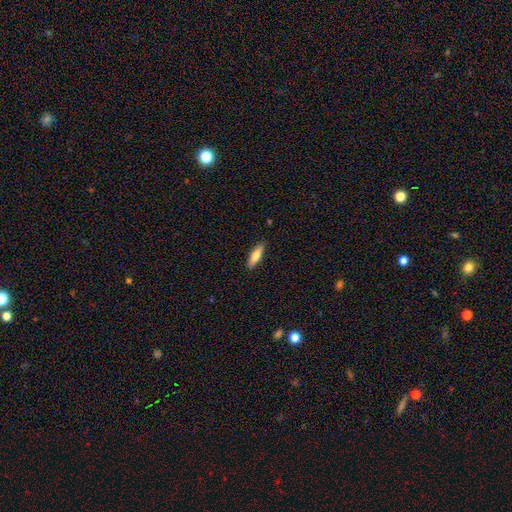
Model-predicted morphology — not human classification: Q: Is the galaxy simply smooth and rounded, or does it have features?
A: smooth — 68%.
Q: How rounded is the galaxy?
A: cigar-shaped — 57%.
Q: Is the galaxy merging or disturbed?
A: none — 88%.